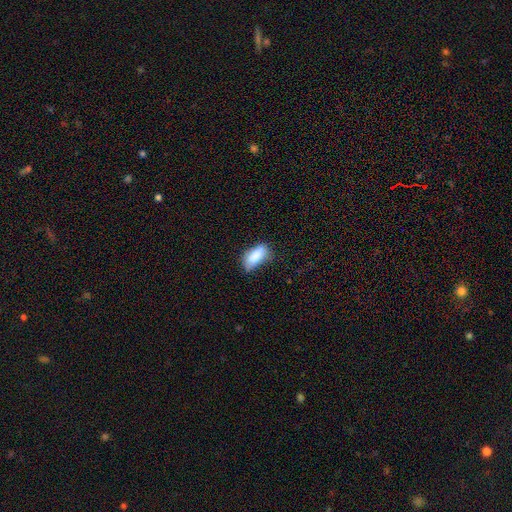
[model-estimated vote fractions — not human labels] Morphology: type=smooth (84%); roundness=in between (87%); merging=none (53%).